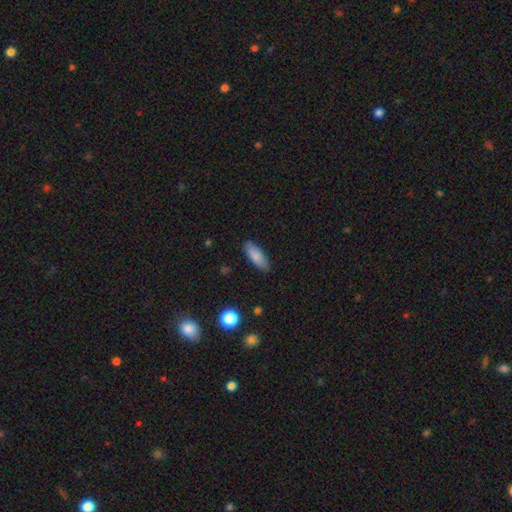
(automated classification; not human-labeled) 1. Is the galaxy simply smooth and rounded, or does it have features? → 83% smooth, 10% featured or disk, 6% star or artifact.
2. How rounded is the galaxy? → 67% in between, 32% cigar-shaped, 2% round.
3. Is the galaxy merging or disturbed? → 84% none, 13% minor disturbance, 2% major disturbance, 1% merger.